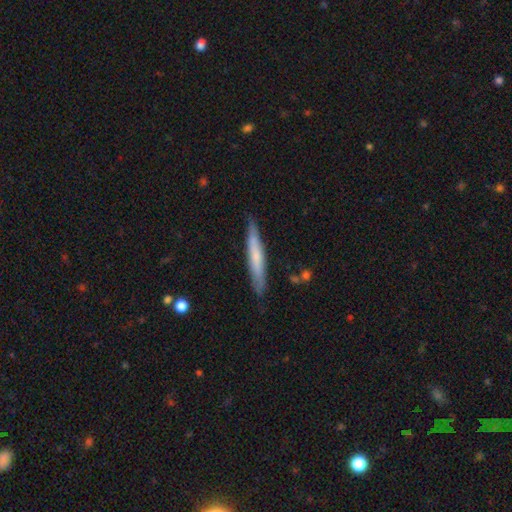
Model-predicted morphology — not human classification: type=smooth (57%); roundness=cigar-shaped (94%); merging=none (85%).